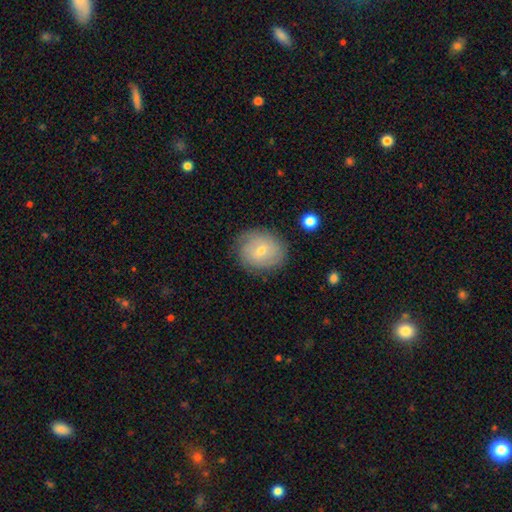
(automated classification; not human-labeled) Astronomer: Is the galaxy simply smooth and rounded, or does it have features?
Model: smooth — 51% (runner-up: featured or disk, 40%).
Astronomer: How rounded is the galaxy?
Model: round — 67%.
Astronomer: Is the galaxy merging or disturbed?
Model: none — 80%.